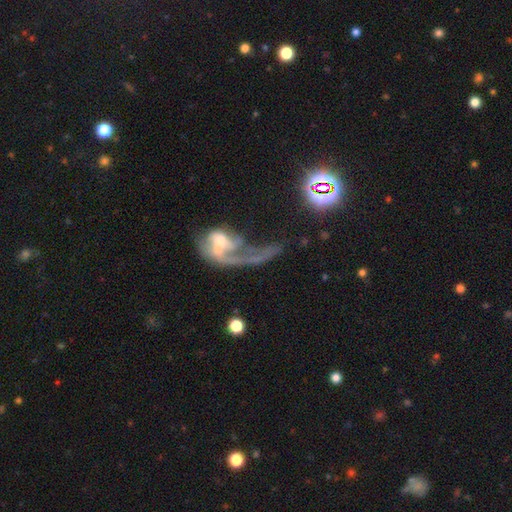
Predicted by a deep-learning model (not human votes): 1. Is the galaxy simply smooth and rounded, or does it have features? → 66% featured or disk, 19% smooth, 15% star or artifact.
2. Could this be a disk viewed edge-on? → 93% no, 7% yes.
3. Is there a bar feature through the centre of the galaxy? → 62% no, 28% weak, 10% strong.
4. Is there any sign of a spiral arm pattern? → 68% yes, 32% no.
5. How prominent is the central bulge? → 37% small, 35% moderate, 16% none, 8% large, 4% dominant.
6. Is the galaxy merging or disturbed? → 52% major disturbance, 21% merger, 17% none, 10% minor disturbance.